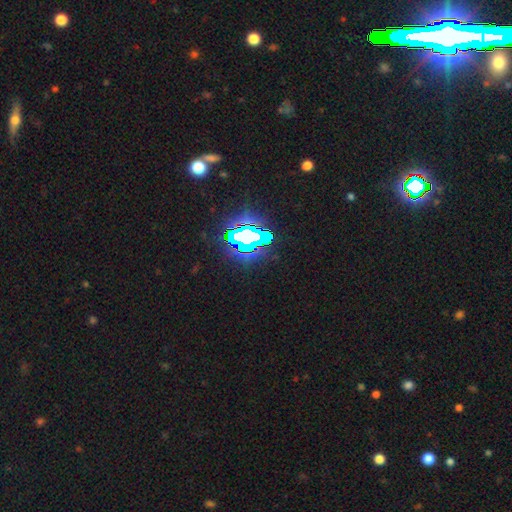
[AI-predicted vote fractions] A star or artifact, not a galaxy (82%).

Vote fractions:
- Smooth or featured? star or artifact: 82% / smooth: 11% / featured or disk: 7%